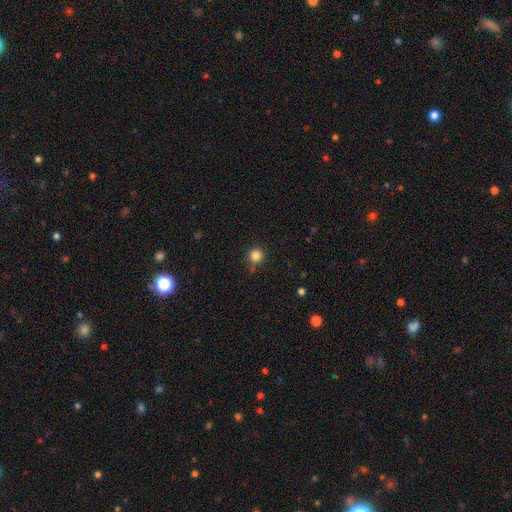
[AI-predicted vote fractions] This appears to be a smooth galaxy with no disk features (84%) that is round (95%). Merging: none (83%).